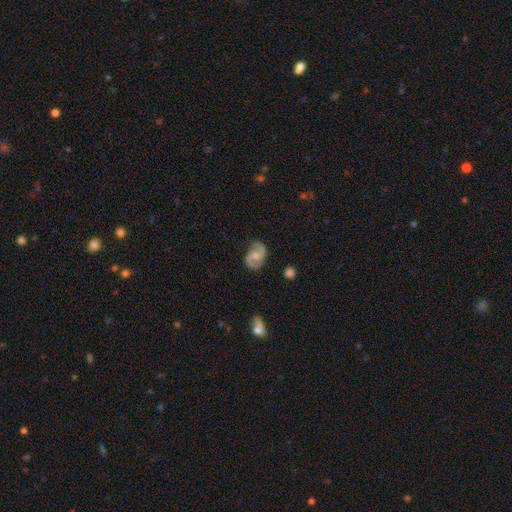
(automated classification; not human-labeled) smooth-or-featured: featured or disk: 83% | smooth: 12% | star or artifact: 6%
  disk-edge-on: no: 98% | yes: 2%
    bar: no: 48% | weak: 43% | strong: 8%
    has-spiral-arms: yes: 96% | no: 4%
      spiral-winding: medium: 52% | loose: 32% | tight: 16%
      spiral-arm-count: 2: 93% | can't tell: 3% | 1: 2% | 3: 1% | 4: 1% | more than 4: 1%
    bulge-size: small: 42% | moderate: 37% | none: 16% | large: 3% | dominant: 1%
  merging: none: 79% | minor disturbance: 15% | major disturbance: 5% | merger: 2%